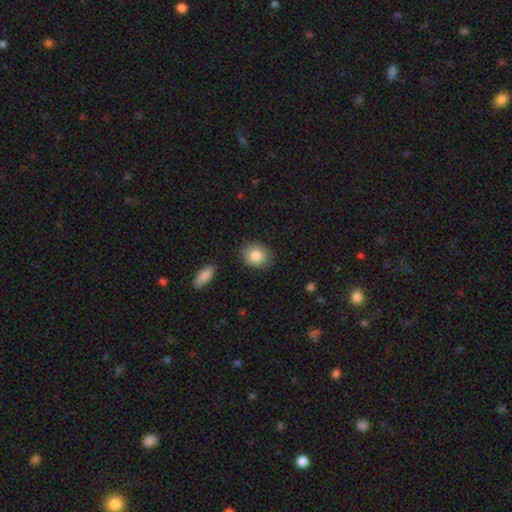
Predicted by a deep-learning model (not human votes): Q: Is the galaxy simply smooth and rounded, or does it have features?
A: smooth — 83%.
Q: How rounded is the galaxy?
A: round — 59%.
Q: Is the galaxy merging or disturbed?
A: none — 86%.